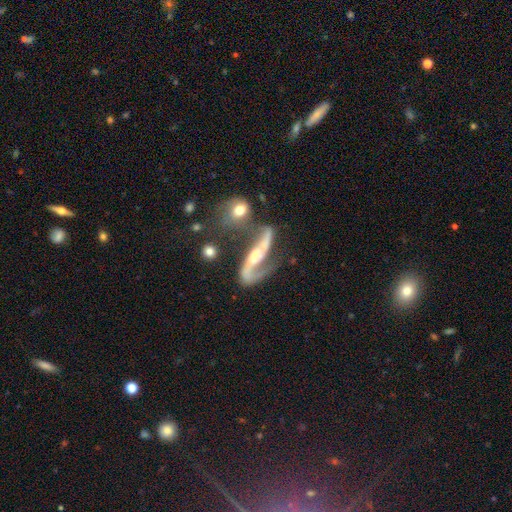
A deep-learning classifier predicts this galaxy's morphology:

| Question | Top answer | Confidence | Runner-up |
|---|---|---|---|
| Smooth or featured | featured or disk | 89% | smooth (6%) |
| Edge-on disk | no | 88% | yes (12%) |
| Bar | strong | 44% | no (29%) |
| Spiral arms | yes | 95% | no (5%) |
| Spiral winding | loose | 64% | medium (27%) |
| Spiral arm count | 2 | 88% | 1 (7%) |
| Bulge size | moderate | 52% | small (37%) |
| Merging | none | 46% | merger (20%) |